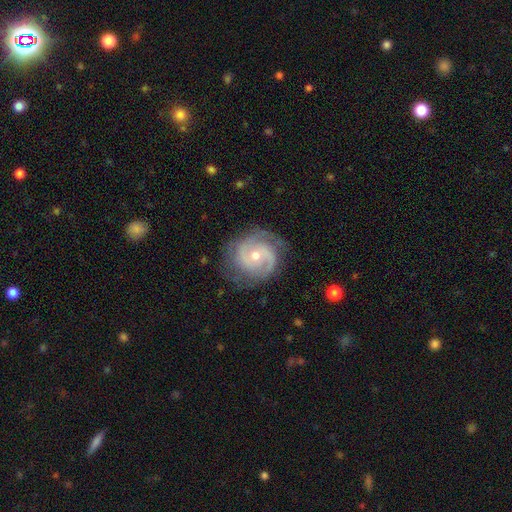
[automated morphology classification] featured or disk 87%, smooth 8%, star or artifact 5%. Down the decision tree: edge-on disk — no (98%); bar — no (64%); spiral arms — yes (97%); spiral arm count — 2 (69%); spiral winding — tight (47%); bulge size — small (50%); merging — none (77%).